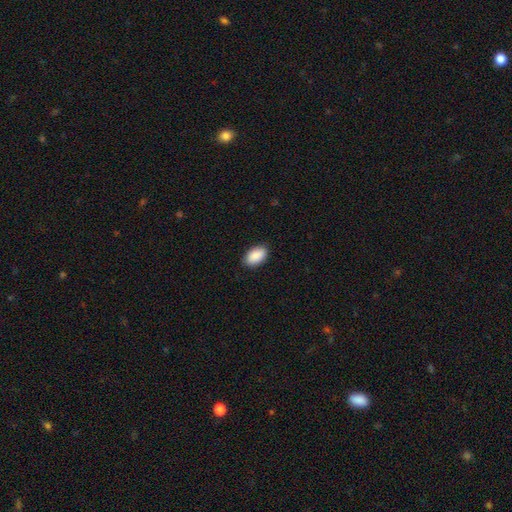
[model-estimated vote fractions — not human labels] smooth 91%, star or artifact 6%, featured or disk 3%. Down the decision tree: how rounded — in between (95%); merging — none (88%).